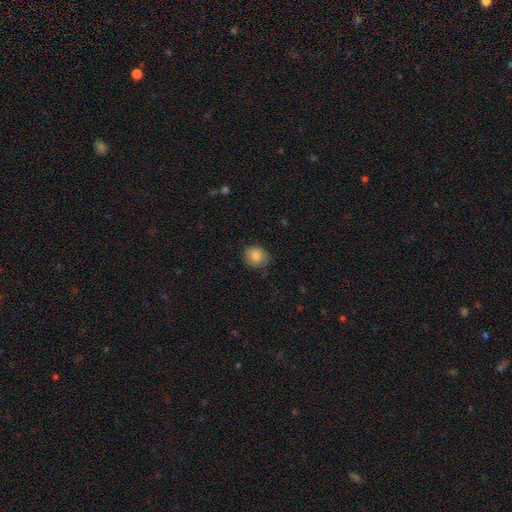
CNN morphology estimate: type=smooth (84%); roundness=round (77%); merging=none (76%).